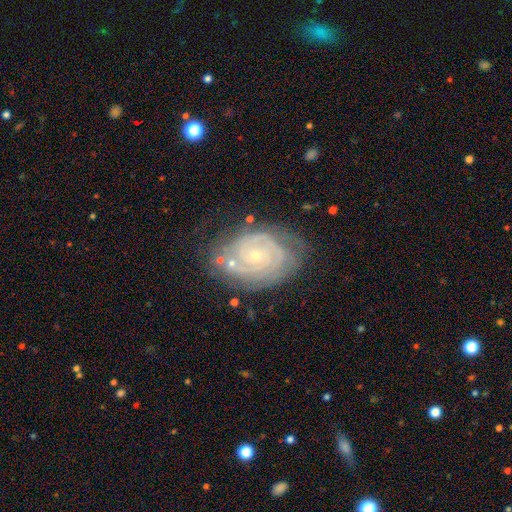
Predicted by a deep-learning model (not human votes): Overall: featured or disk (87%). Edge-on disk: no (97%). Bar: no (77%). Spiral arms: yes (96%). Spiral arm count: 2 (35%; can't tell 27%). Spiral winding: tight (77%). Bulge size: small (79%). Merging: none (66%).